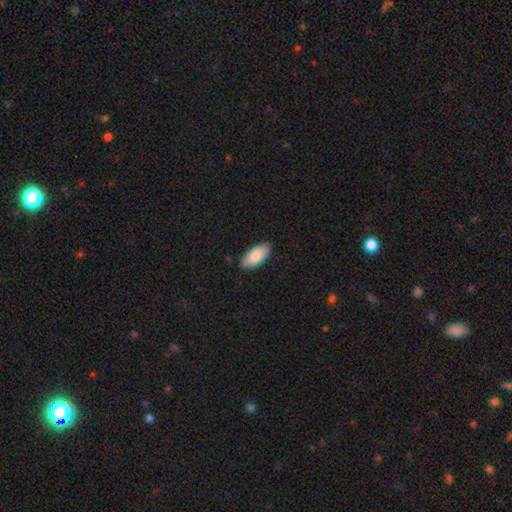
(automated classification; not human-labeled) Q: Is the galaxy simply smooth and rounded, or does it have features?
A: smooth — 85%.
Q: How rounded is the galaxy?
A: in between — 91%.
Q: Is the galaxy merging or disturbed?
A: none — 87%.